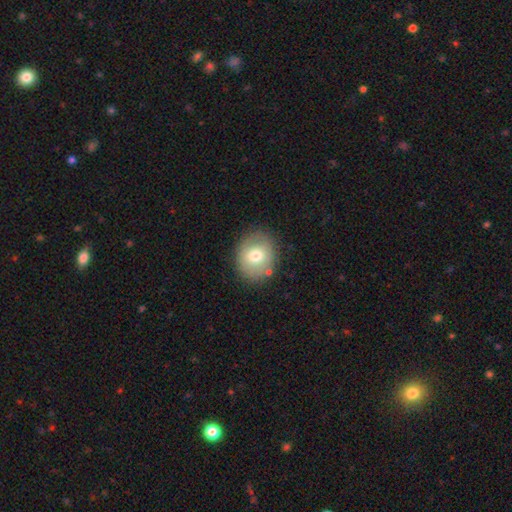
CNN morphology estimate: Smooth or featured: smooth — 70% (featured or disk — 21%)
How rounded: round — 66% (in between — 33%)
Merging: none — 82% (minor disturbance — 11%)